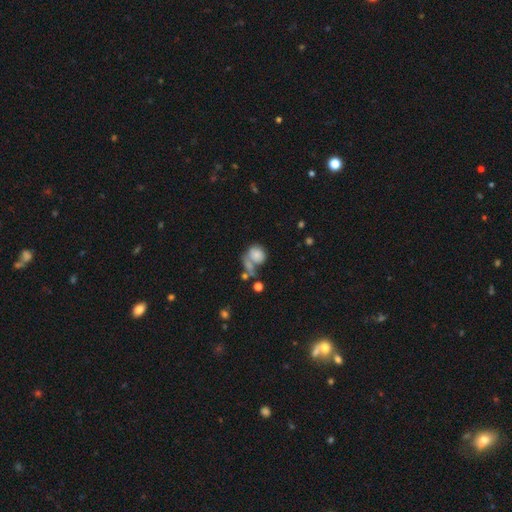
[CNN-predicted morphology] type=smooth (75%); roundness=round (71%); merging=merger (38%).